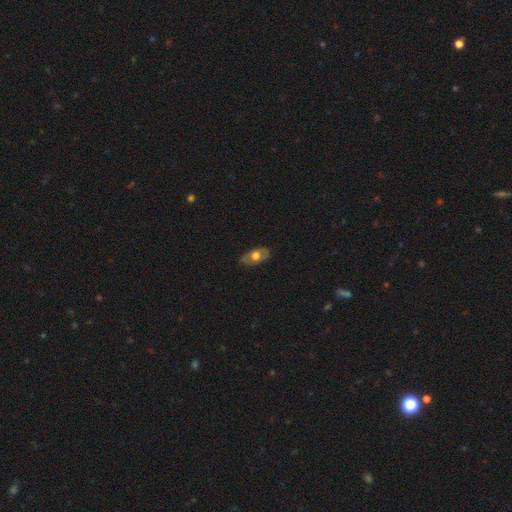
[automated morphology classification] The model was most divided on "smooth or featured": smooth: 50%, featured or disk: 43%, star or artifact: 6%. More confident: how rounded — in between (88%); merging — none (80%).